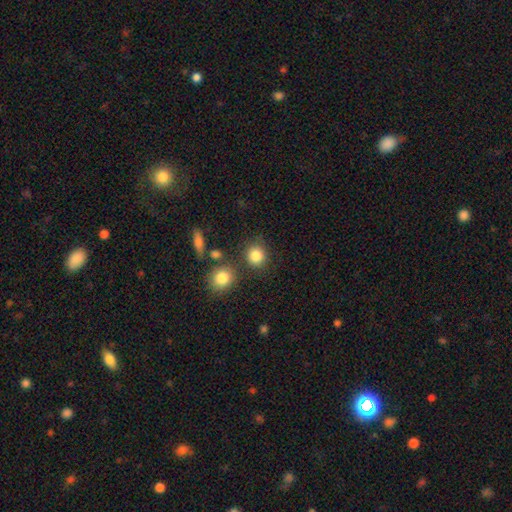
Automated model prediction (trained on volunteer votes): Q: Smooth or featured?
A: smooth (85%); runner-up: star or artifact (10%)
Q: How rounded?
A: round (86%); runner-up: in between (13%)
Q: Merging?
A: none (77%); runner-up: minor disturbance (10%)